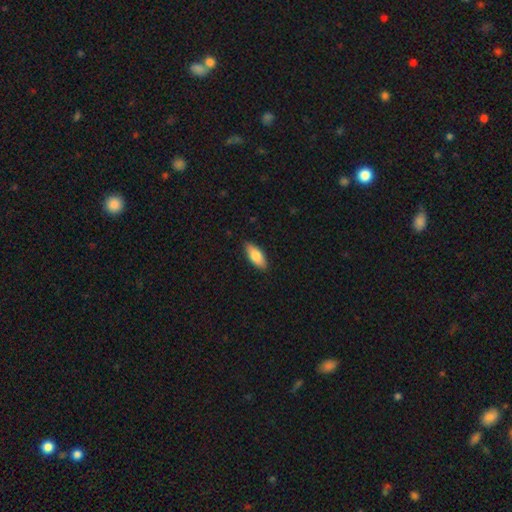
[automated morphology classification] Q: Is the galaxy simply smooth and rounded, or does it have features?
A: smooth — 80%.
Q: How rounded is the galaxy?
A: in between — 83%.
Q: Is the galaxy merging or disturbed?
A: none — 87%.